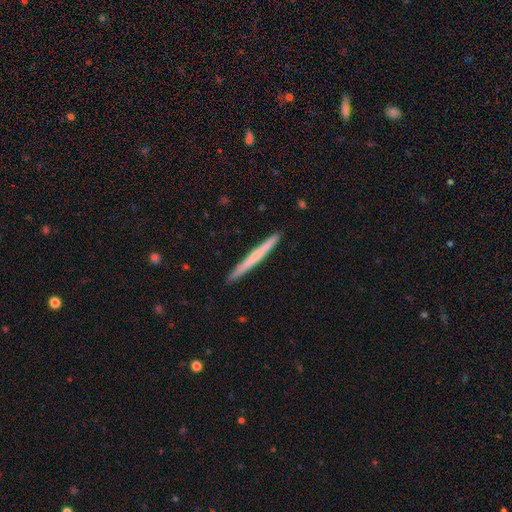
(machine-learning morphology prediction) Smooth or featured: smooth — 57% (featured or disk — 38%)
How rounded: cigar-shaped — 97% (in between — 2%)
Merging: none — 92% (minor disturbance — 6%)